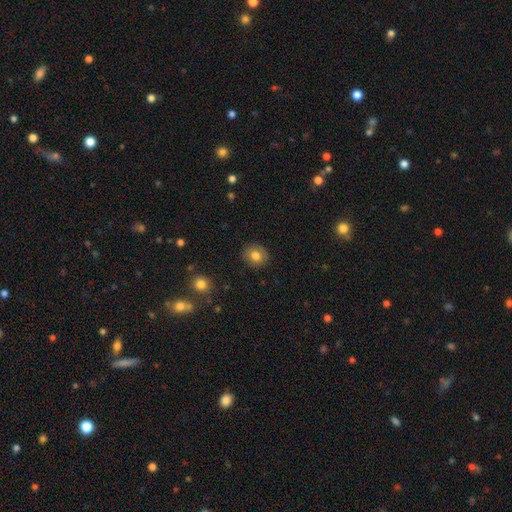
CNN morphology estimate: Smooth or featured: smooth — 80% (featured or disk — 11%)
How rounded: round — 82% (in between — 18%)
Merging: none — 89% (minor disturbance — 8%)